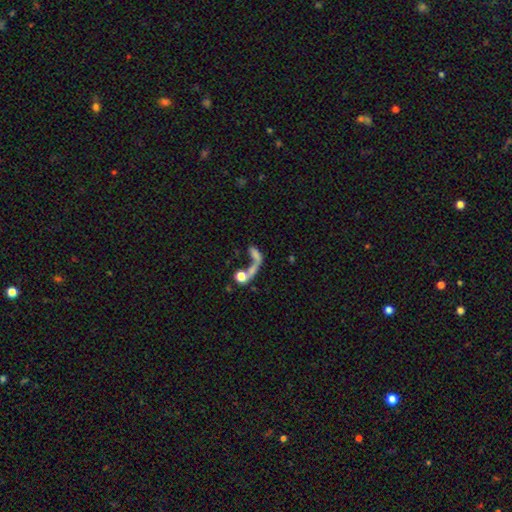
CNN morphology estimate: smooth_or_featured: featured or disk (p=0.38) [alt: smooth p=0.35]
merging: merger (p=0.46) [alt: none p=0.28]